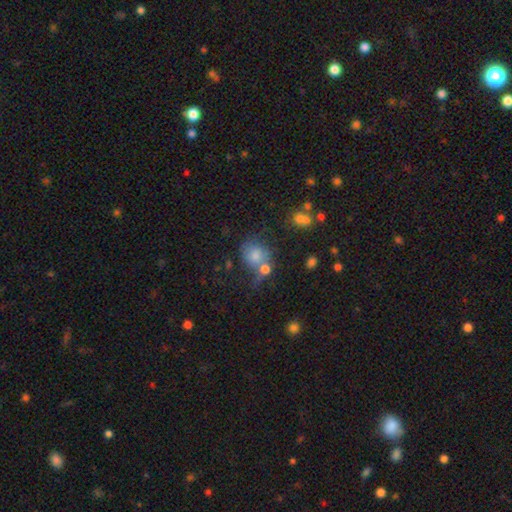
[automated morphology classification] Smooth or featured? Predicted: smooth (p=0.73). How rounded? Predicted: round (p=0.68). Merging? Predicted: none (p=0.40).